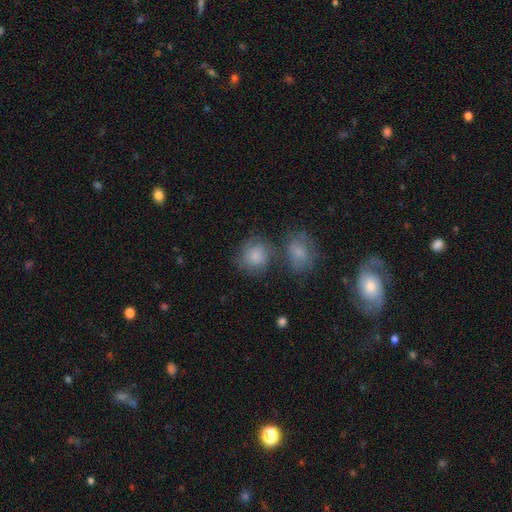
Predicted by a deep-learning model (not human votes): The model was most divided on "merging": none: 50%, merger: 25%, minor disturbance: 16%, major disturbance: 9%. More confident: smooth or featured — smooth (78%); how rounded — round (76%).